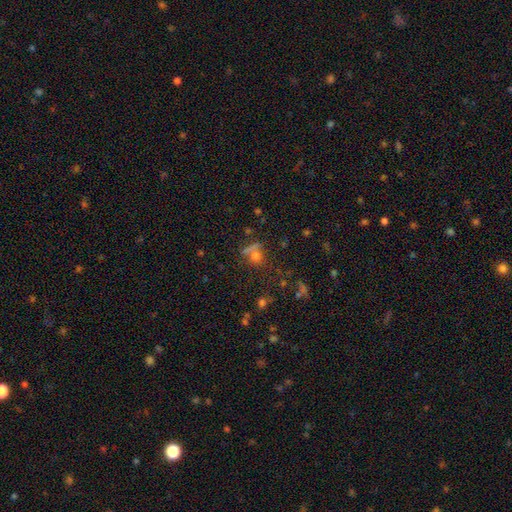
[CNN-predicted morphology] This is likely a smooth galaxy (63%). How rounded: likely round (78%). Merging: possibly none (57%).